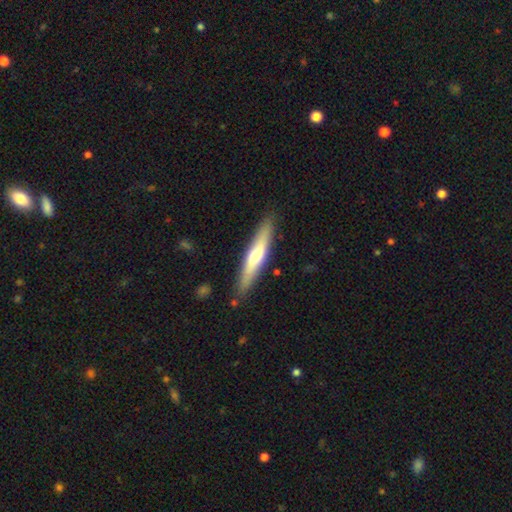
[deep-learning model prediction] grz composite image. It shows a smooth galaxy with no disk features (50%) that is cigar-shaped (88%). Merging: none (86%).